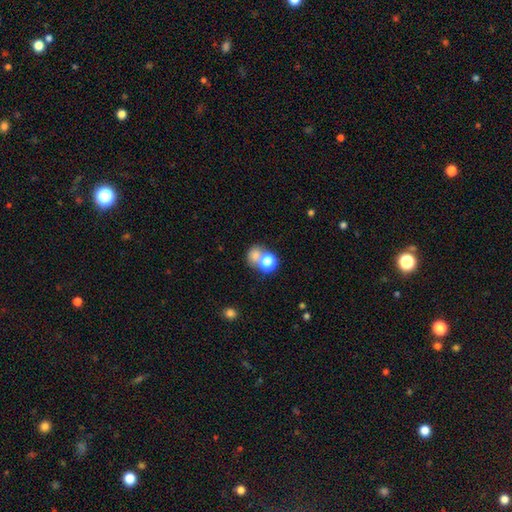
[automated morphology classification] This is likely a smooth galaxy (71%). How rounded: likely round (66%). Merging: marginally merger (44%).